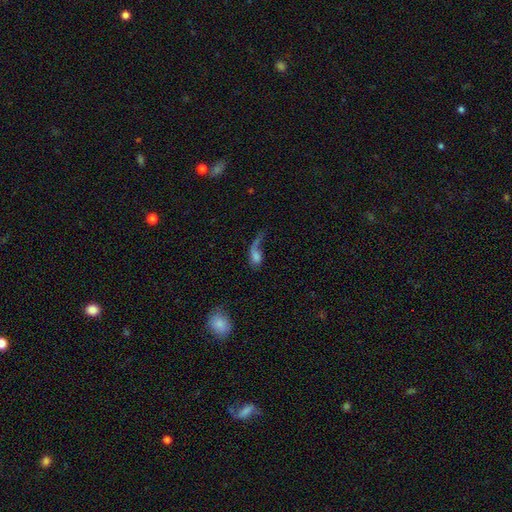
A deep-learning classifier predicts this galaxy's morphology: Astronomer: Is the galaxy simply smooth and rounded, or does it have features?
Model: smooth — 56% (runner-up: featured or disk, 33%).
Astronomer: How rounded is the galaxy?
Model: in between — 77%.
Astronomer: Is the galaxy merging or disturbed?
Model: major disturbance — 51%.